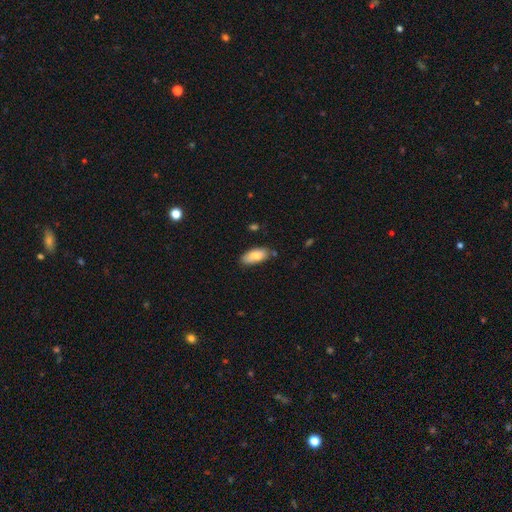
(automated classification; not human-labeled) This appears to be a smooth galaxy with no disk features (80%) that is in between round and cigar-shaped (86%). Merging: none (70%).